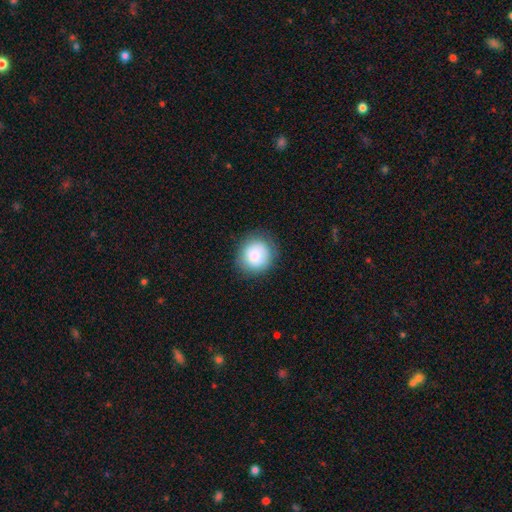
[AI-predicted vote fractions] Smooth or featured? smooth (82%)
How rounded? round (88%)
Merging? none (83%)